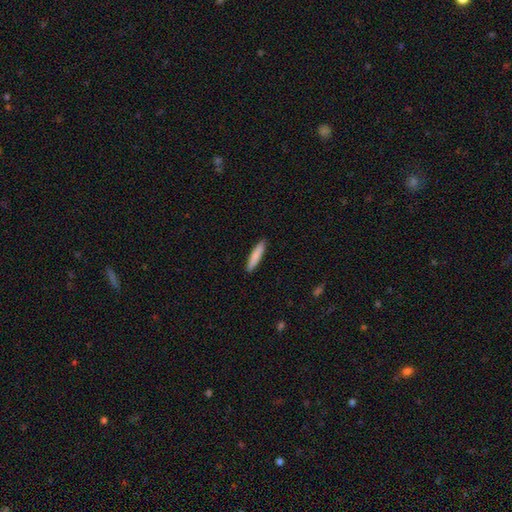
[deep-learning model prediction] The model was most divided on "smooth or featured": smooth: 83%, featured or disk: 11%, star or artifact: 6%. More confident: merging — none (91%); how rounded — cigar-shaped (89%).